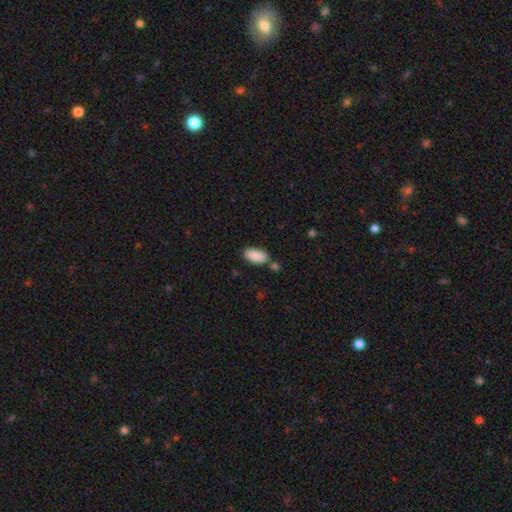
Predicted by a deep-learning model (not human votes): This is clearly a smooth galaxy (89%). How rounded: clearly in between (93%). Merging: likely none (72%).